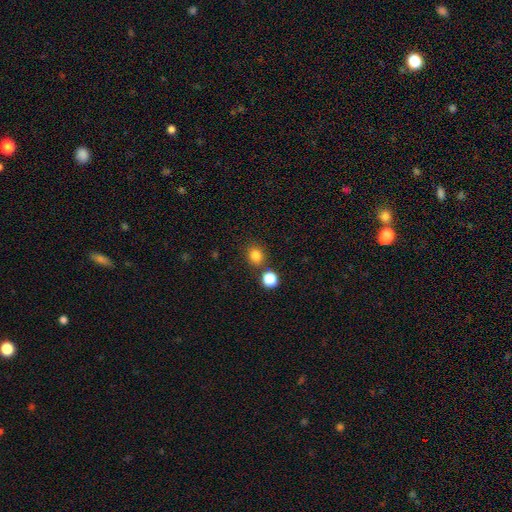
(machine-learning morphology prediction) This is clearly a smooth galaxy (82%). How rounded: likely round (75%). Merging: likely none (78%).